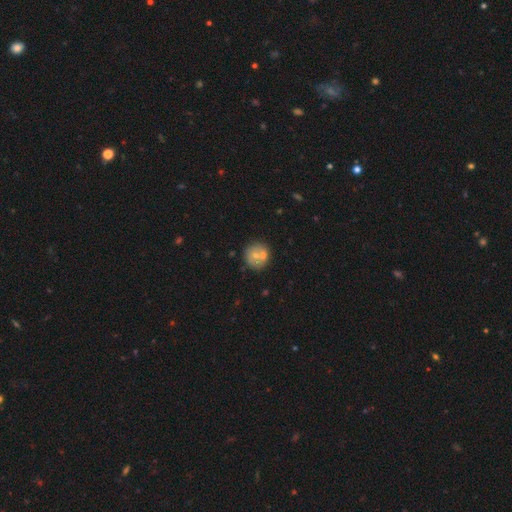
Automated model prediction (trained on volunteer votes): Smooth or featured: smooth — 63% (featured or disk — 29%)
How rounded: round — 89% (in between — 10%)
Merging: none — 54% (merger — 32%)